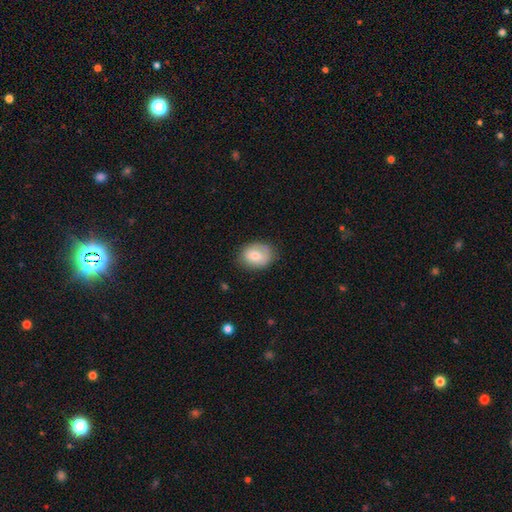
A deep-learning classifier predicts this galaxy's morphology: smooth-or-featured: smooth: 74% | featured or disk: 18% | star or artifact: 7%
  how-rounded: in between: 59% | round: 40% | cigar-shaped: 1%
  merging: none: 73% | minor disturbance: 20% | major disturbance: 5% | merger: 1%